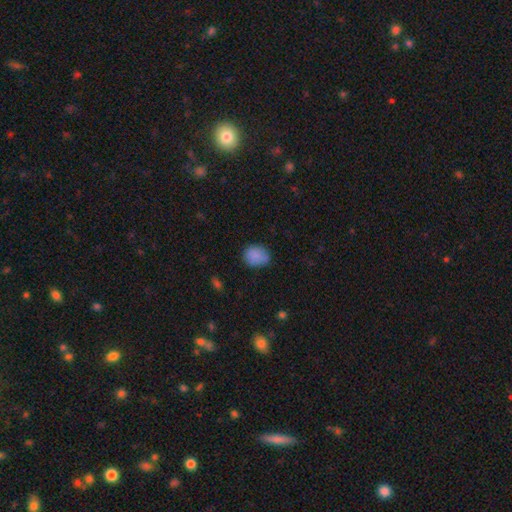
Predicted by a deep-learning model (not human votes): smooth-or-featured: smooth: 85% | star or artifact: 8% | featured or disk: 6%
  how-rounded: round: 53% | in between: 46% | cigar-shaped: 1%
  merging: none: 74% | minor disturbance: 20% | major disturbance: 4% | merger: 2%